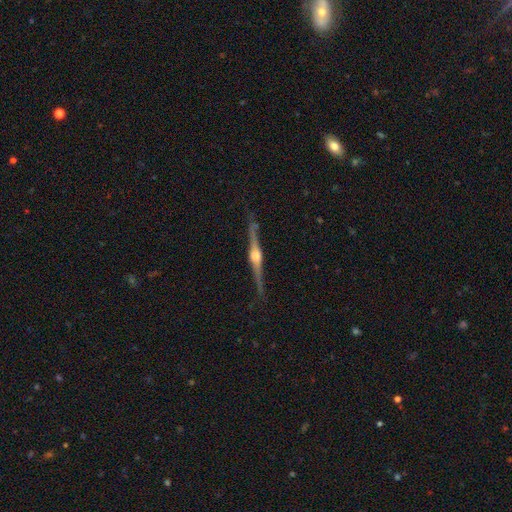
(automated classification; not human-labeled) featured or disk 87%, smooth 8%, star or artifact 5%. Down the decision tree: edge-on disk — yes (98%); edge-on bulge — rounded (90%); merging — none (85%).